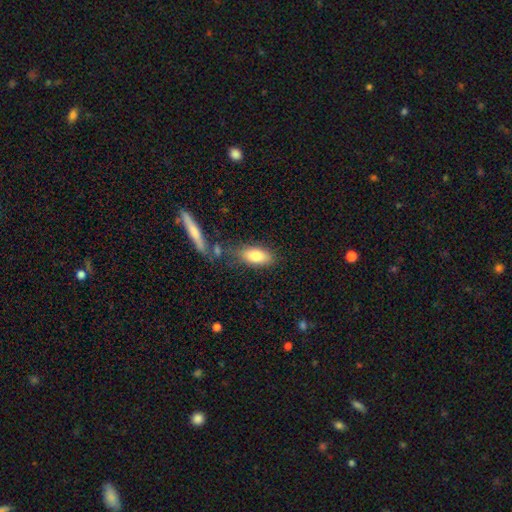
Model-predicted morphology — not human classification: smooth_or_featured: smooth (p=0.81) [alt: featured or disk p=0.13]
how_rounded: in between (p=0.84) [alt: cigar-shaped p=0.12]
merging: none (p=0.68) [alt: minor disturbance p=0.17]